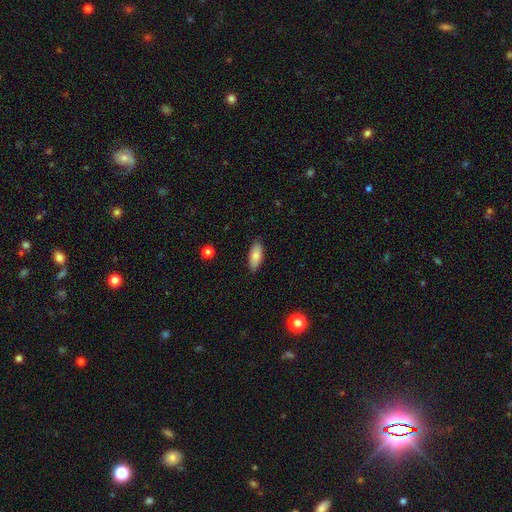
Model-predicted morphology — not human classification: A smooth galaxy with no disk features (81%) that is in between round and cigar-shaped (82%).

Vote fractions:
- Smooth or featured? smooth: 81% / featured or disk: 12% / star or artifact: 7%
- How rounded? in between: 82% / cigar-shaped: 16% / round: 2%
- Merging? none: 86% / minor disturbance: 11% / major disturbance: 2% / merger: 1%